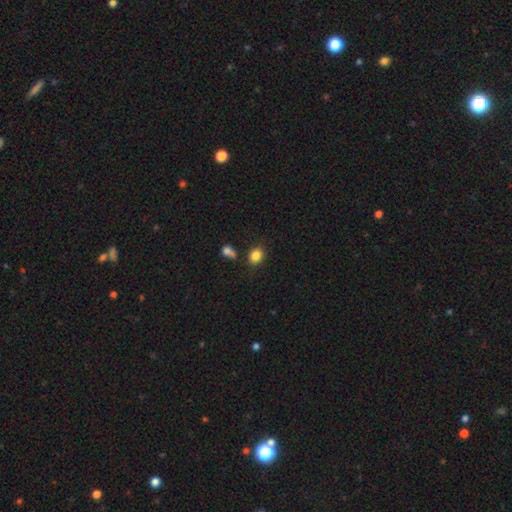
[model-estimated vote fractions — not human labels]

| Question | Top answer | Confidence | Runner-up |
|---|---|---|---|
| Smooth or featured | smooth | 83% | star or artifact (11%) |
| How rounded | in between | 53% | round (46%) |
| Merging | none | 75% | minor disturbance (13%) |